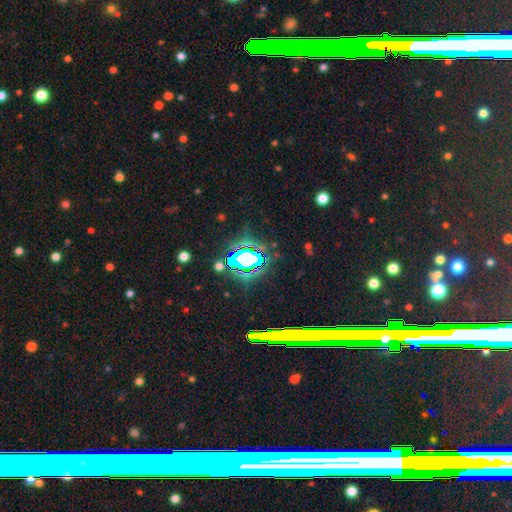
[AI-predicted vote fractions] Morphology: type=star or artifact (69%).